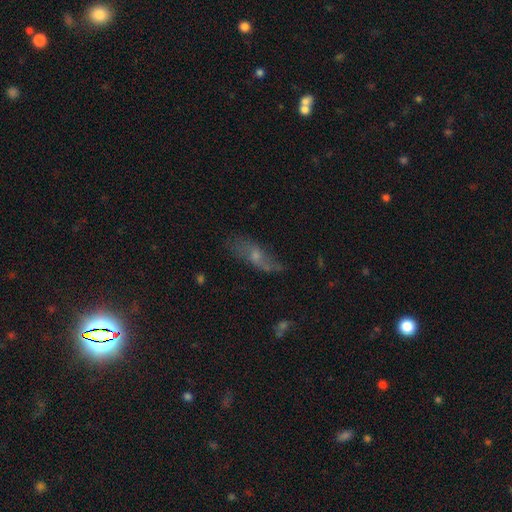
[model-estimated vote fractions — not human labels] Overall: featured or disk (47%; smooth 42%). Merging: none (58%; minor disturbance 26%).